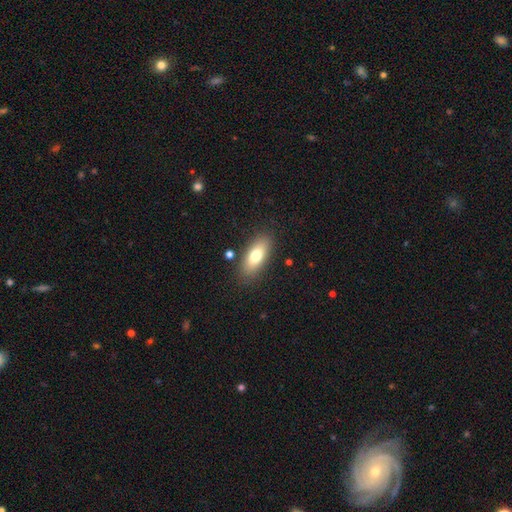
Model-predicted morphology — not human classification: Q: Smooth or featured?
A: smooth (74%); runner-up: featured or disk (18%)
Q: How rounded?
A: in between (80%); runner-up: cigar-shaped (17%)
Q: Merging?
A: none (84%); runner-up: minor disturbance (10%)